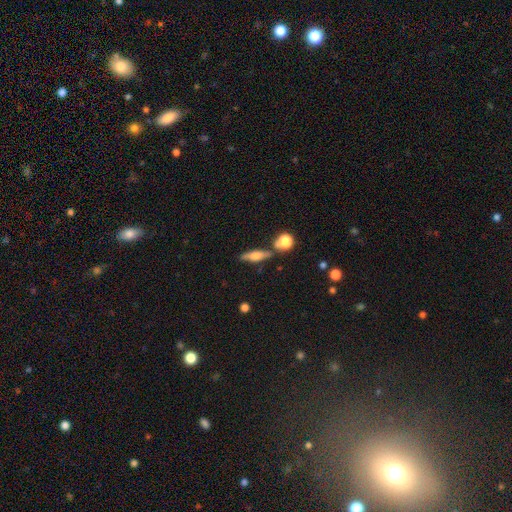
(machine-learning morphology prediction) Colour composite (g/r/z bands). It shows a smooth galaxy with no disk features (46%). Merging: none (73%).